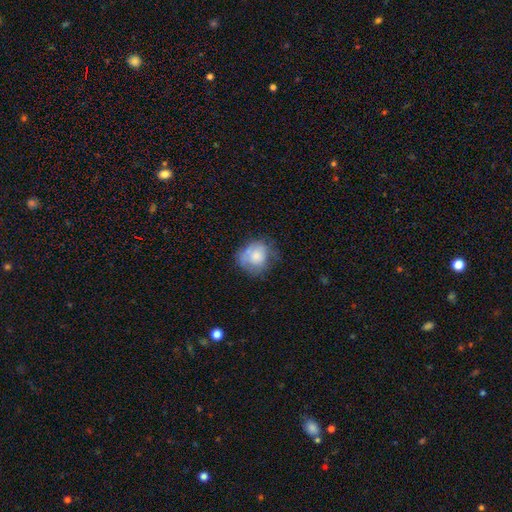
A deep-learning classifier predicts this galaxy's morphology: Smooth or featured? smooth (61%)
How rounded? round (69%)
Merging? none (45%)